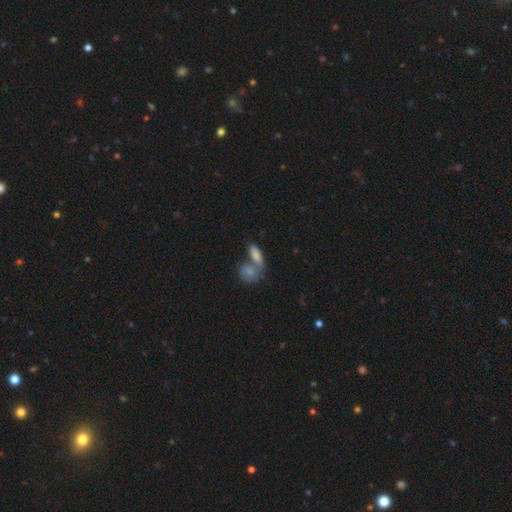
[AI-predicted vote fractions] A smooth galaxy with no disk features (70%) that is in between round and cigar-shaped (72%). Merging: merger (53%).